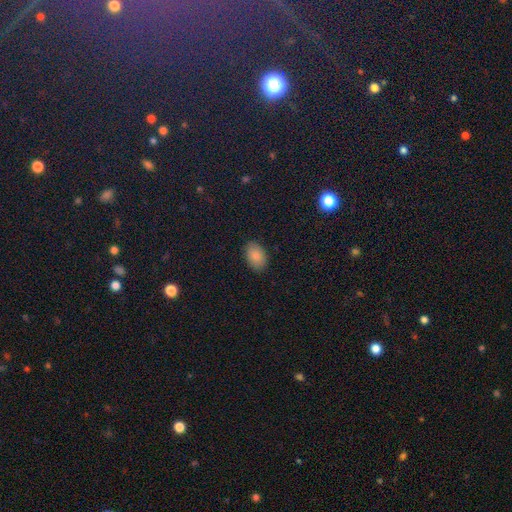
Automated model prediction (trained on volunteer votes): Smooth or featured? smooth (85%)
How rounded? in between (88%)
Merging? none (87%)